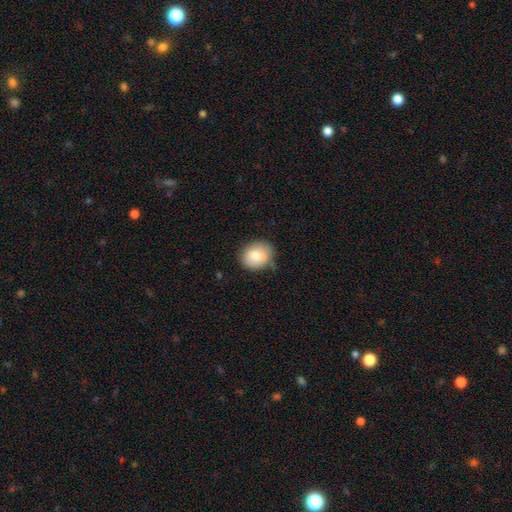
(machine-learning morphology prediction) Smooth or featured?
  - smooth: 78% *
  - featured or disk: 14%
  - star or artifact: 8%
How rounded?
  - round: 60% *
  - in between: 40%
  - cigar-shaped: 1%
Merging?
  - none: 70% *
  - minor disturbance: 24%
  - major disturbance: 5%
  - merger: 2%